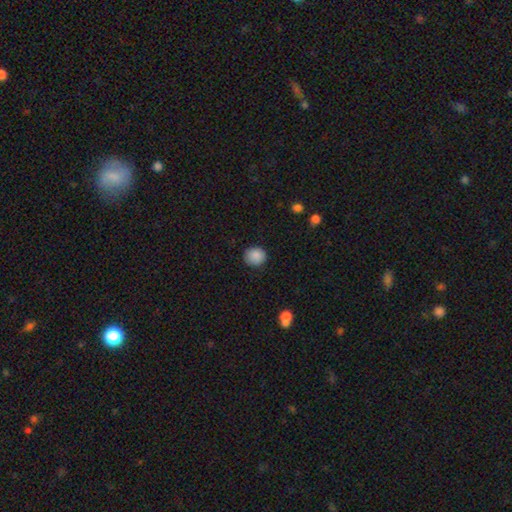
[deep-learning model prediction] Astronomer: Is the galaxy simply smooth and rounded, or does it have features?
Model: smooth — 87%.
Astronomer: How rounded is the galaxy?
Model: round — 78%.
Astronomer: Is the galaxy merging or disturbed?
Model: none — 87%.